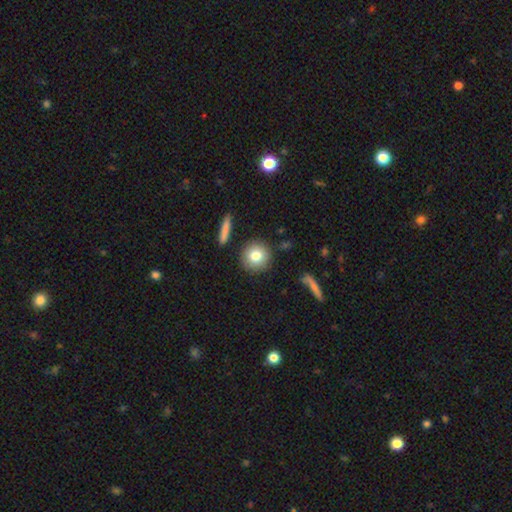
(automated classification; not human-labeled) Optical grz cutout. It shows a smooth galaxy with no disk features (79%) that is round (92%). Merging: none (87%).